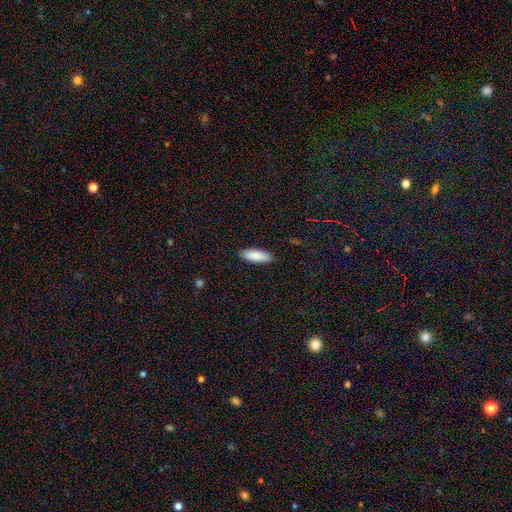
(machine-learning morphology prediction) This is clearly a smooth galaxy (88%). How rounded: likely in between (67%). Merging: clearly none (89%).